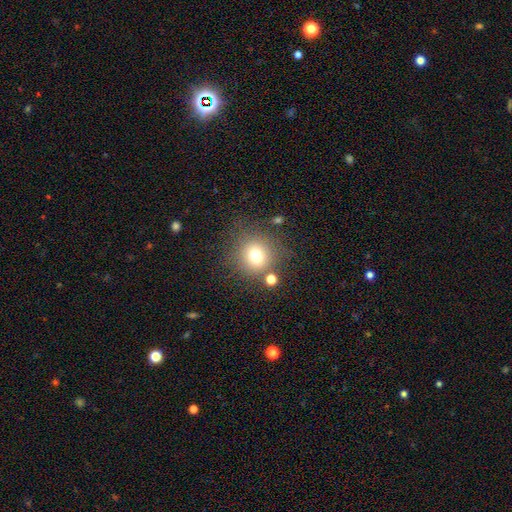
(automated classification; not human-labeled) A smooth galaxy with no disk features (73%) that is round (89%).

Vote fractions:
- Smooth or featured? smooth: 73% / star or artifact: 15% / featured or disk: 11%
- How rounded? round: 89% / in between: 10% / cigar-shaped: 1%
- Merging? none: 77% / minor disturbance: 11% / merger: 8% / major disturbance: 5%